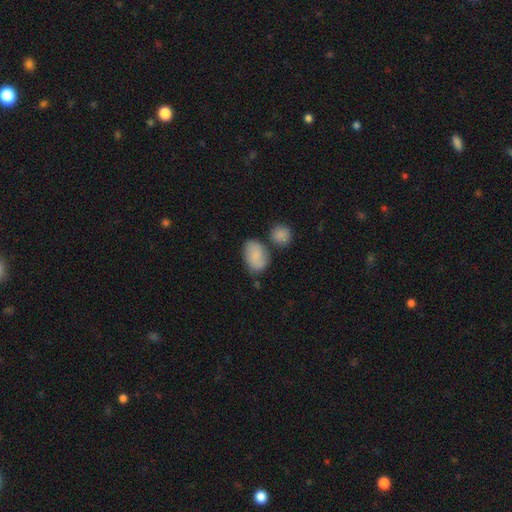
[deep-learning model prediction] Smooth or featured? smooth (77%)
How rounded? in between (83%)
Merging? none (58%)